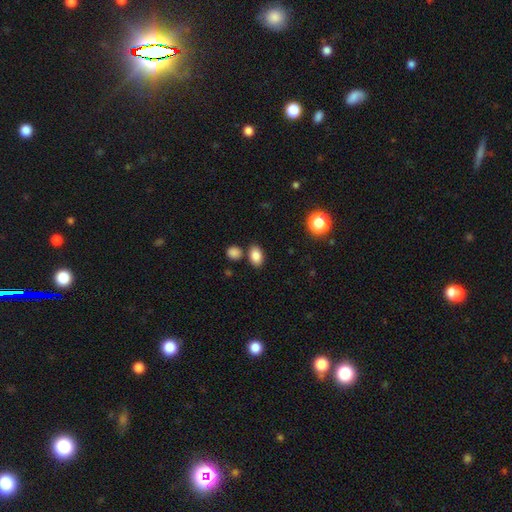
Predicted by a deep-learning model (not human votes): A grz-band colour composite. It shows a smooth galaxy with no disk features (85%) that is in between round and cigar-shaped (82%). Merging: none (74%).